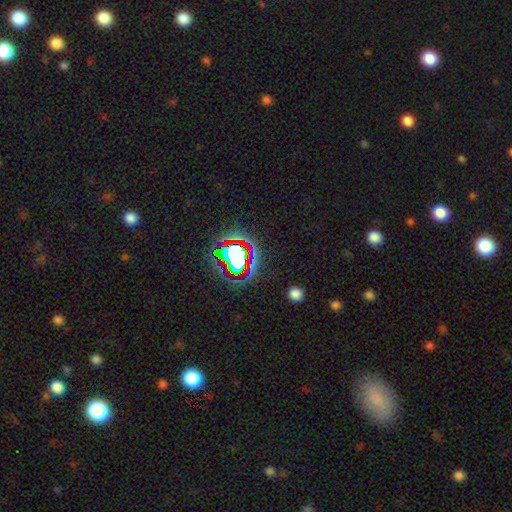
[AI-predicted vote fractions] Morphology: type=star or artifact (82%).